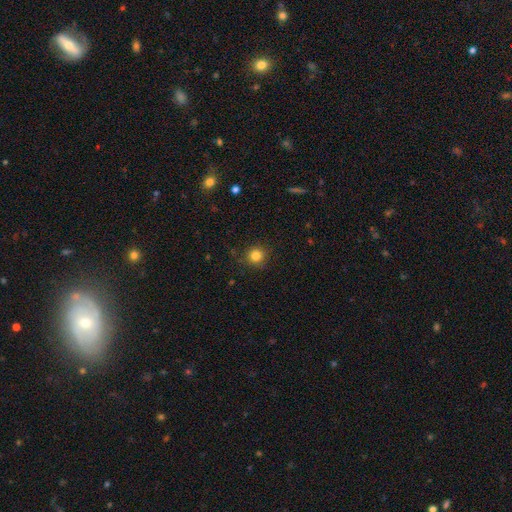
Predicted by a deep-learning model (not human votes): The model was most divided on "smooth or featured": smooth: 82%, star or artifact: 12%, featured or disk: 5%. More confident: how rounded — round (93%); merging — none (89%).